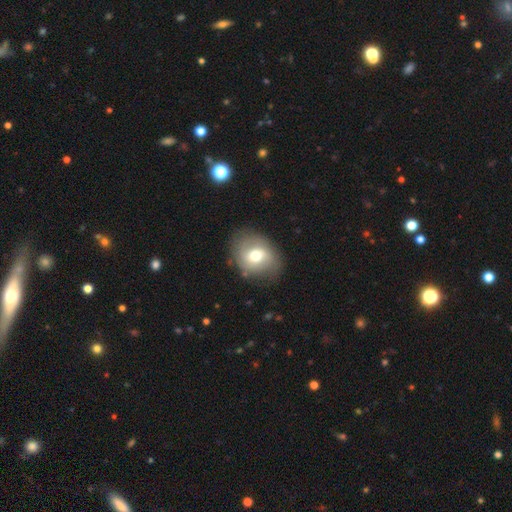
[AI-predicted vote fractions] Smooth or featured? Predicted: smooth (p=0.56). How rounded? Predicted: round (p=0.51). Merging? Predicted: none (p=0.74).